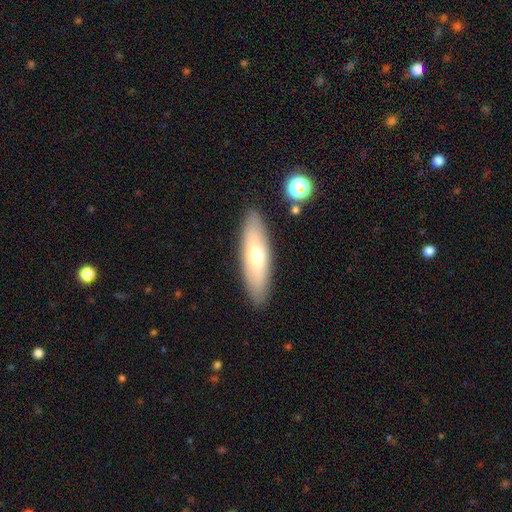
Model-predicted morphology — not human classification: Smooth or featured? smooth (55%)
How rounded? cigar-shaped (59%)
Merging? none (88%)